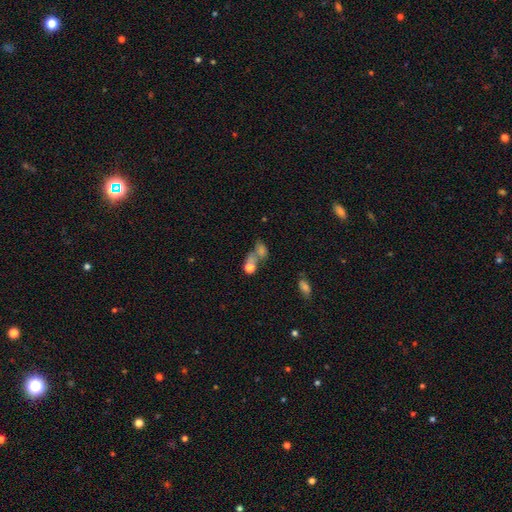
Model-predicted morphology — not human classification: smooth_or_featured: smooth (p=0.47) [alt: star or artifact p=0.31]
merging: merger (p=0.44) [alt: none p=0.36]